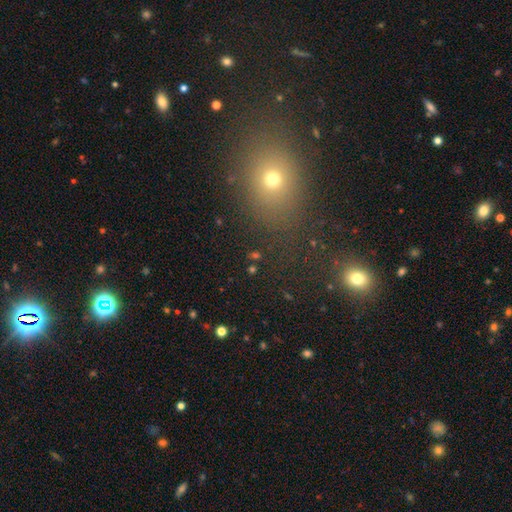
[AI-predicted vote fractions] Smooth or featured? smooth (49%)
Merging? none (78%)